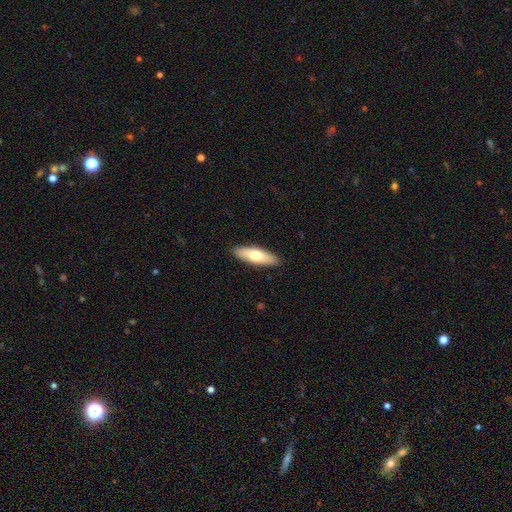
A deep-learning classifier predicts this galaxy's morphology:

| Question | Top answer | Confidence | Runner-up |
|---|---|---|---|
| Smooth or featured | smooth | 68% | featured or disk (27%) |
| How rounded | in between | 51% | cigar-shaped (47%) |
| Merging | none | 90% | minor disturbance (8%) |